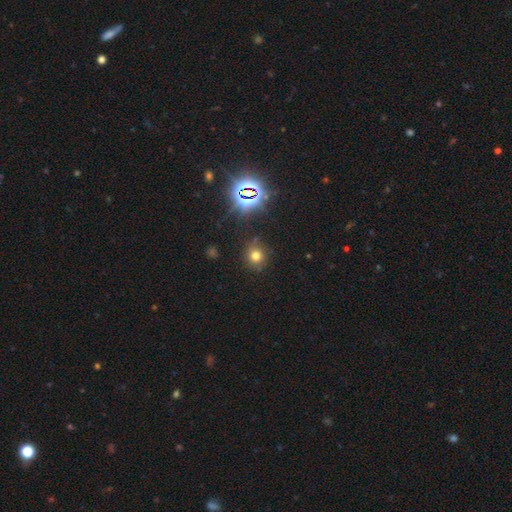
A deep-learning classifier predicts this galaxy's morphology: Smooth or featured: smooth — 65% (star or artifact — 27%)
How rounded: round — 86% (in between — 13%)
Merging: none — 79% (minor disturbance — 13%)